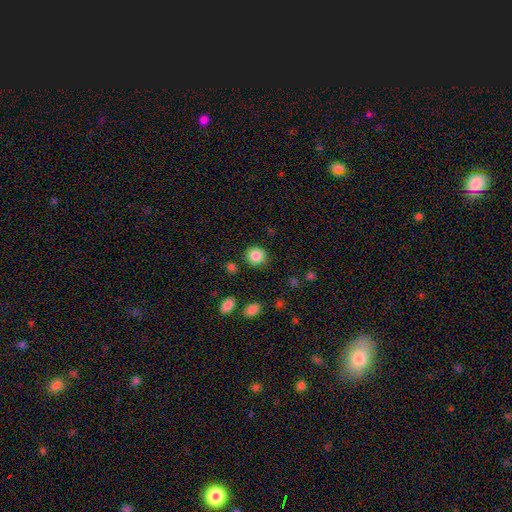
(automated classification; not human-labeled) A smooth galaxy with no disk features (86%) that is round (86%). Merging: none (87%).